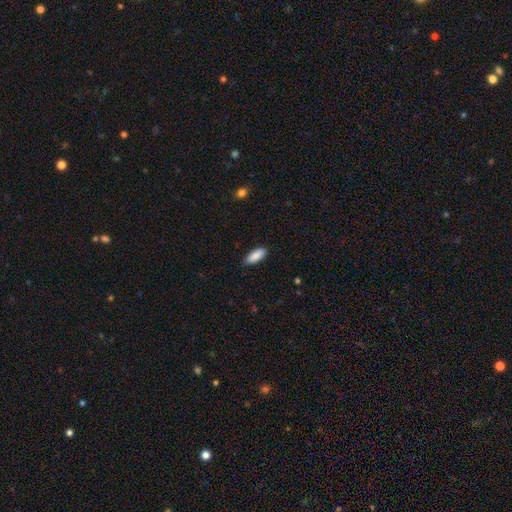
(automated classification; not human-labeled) Smooth or featured? smooth (89%)
How rounded? in between (72%)
Merging? none (85%)